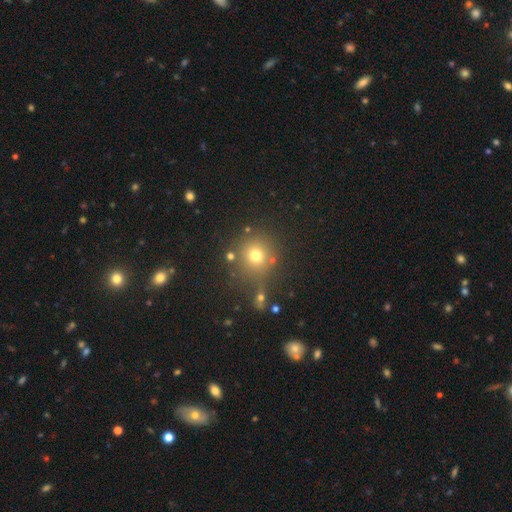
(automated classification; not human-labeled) This appears to be a smooth galaxy with no disk features (71%) that is round (91%). Merging: none (74%).